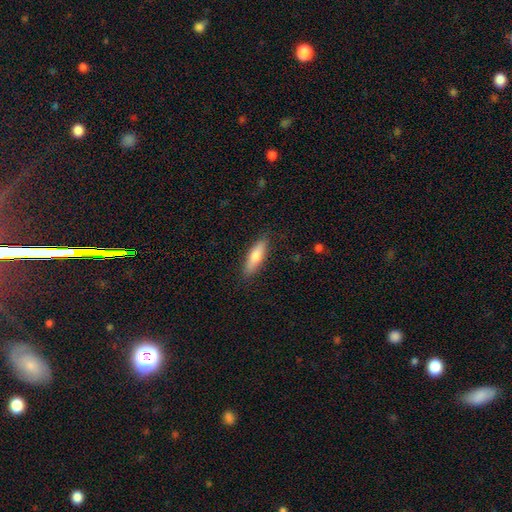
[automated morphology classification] Smooth or featured?
  - smooth: 74% *
  - featured or disk: 20%
  - star or artifact: 6%
How rounded?
  - cigar-shaped: 59% *
  - in between: 39%
  - round: 2%
Merging?
  - none: 87% *
  - minor disturbance: 10%
  - major disturbance: 2%
  - merger: 1%